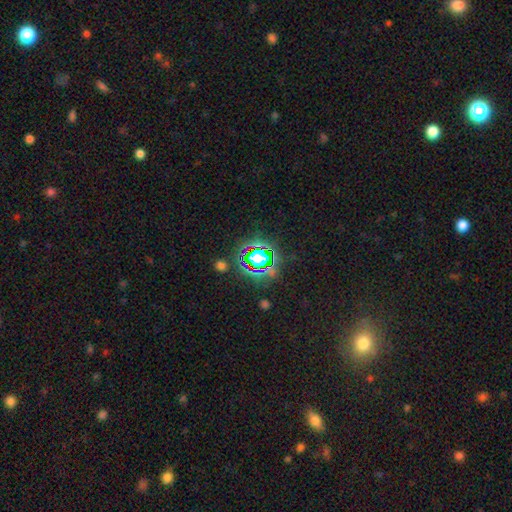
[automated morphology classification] smooth_or_featured: star or artifact (p=0.66) [alt: smooth p=0.21]